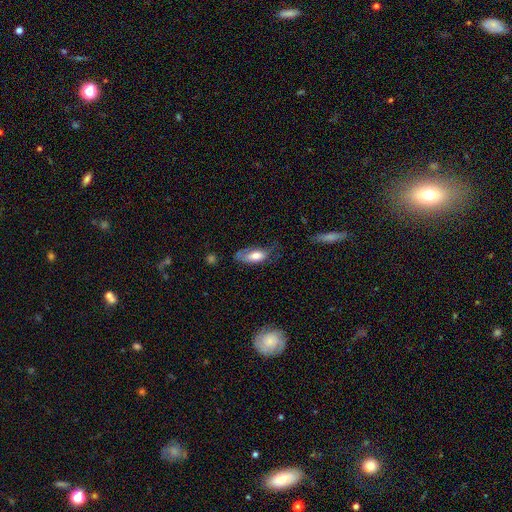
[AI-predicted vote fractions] This is likely a smooth galaxy (68%). How rounded: clearly in between (85%). Merging: marginally none (37%).